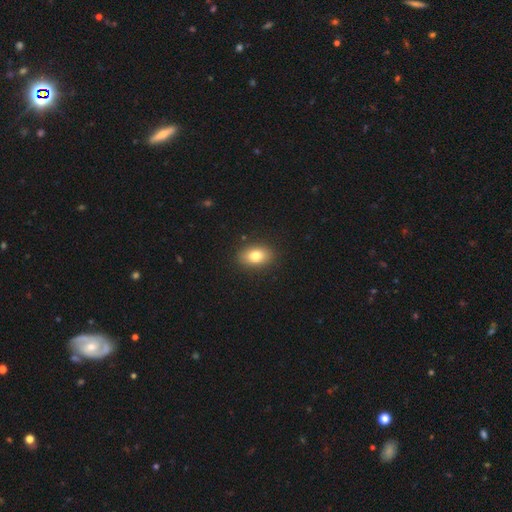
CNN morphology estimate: This is likely a smooth galaxy (78%). How rounded: clearly in between (82%). Merging: clearly none (88%).